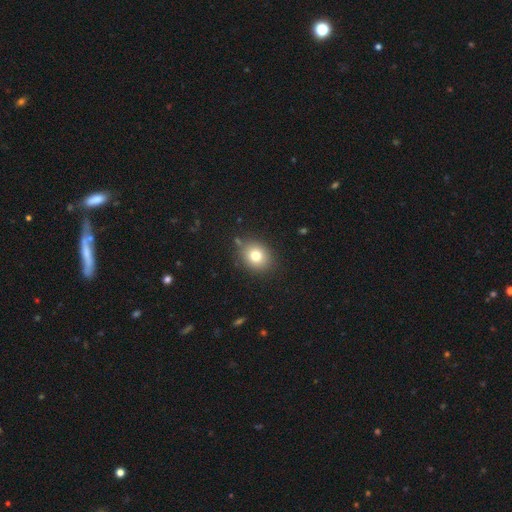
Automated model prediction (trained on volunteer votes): Smooth or featured? Predicted: smooth (p=0.77). How rounded? Predicted: round (p=0.60). Merging? Predicted: none (p=0.83).